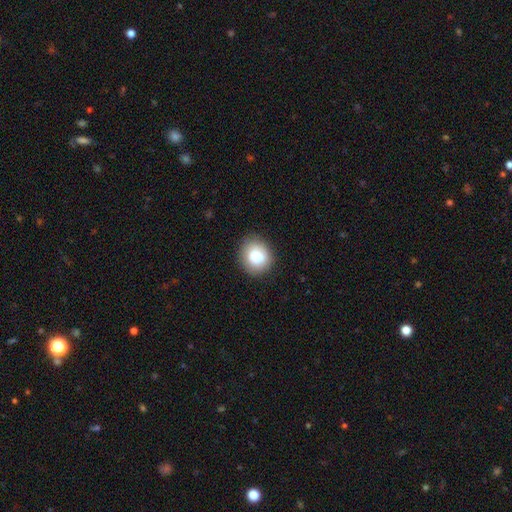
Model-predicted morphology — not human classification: Smooth or featured? Predicted: smooth (p=0.82). How rounded? Predicted: round (p=0.72). Merging? Predicted: none (p=0.79).